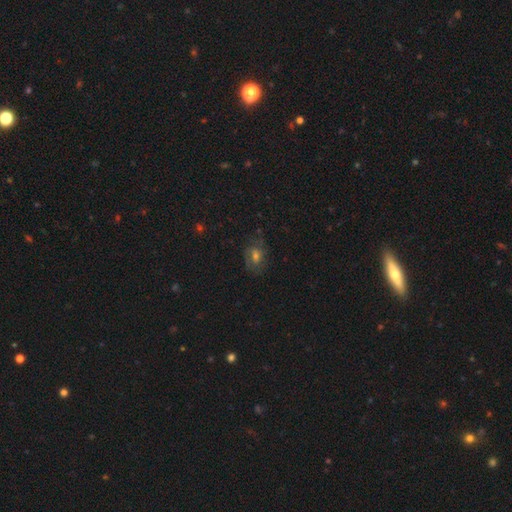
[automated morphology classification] Q: Smooth or featured?
A: featured or disk (47%); runner-up: smooth (32%)
Q: Merging?
A: none (70%); runner-up: minor disturbance (18%)